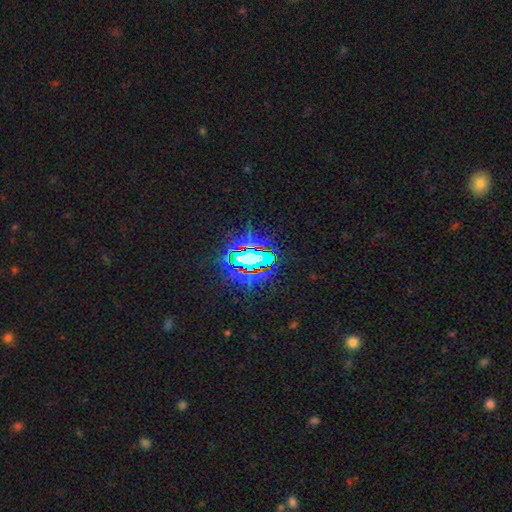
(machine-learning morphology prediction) type=star or artifact (73%).